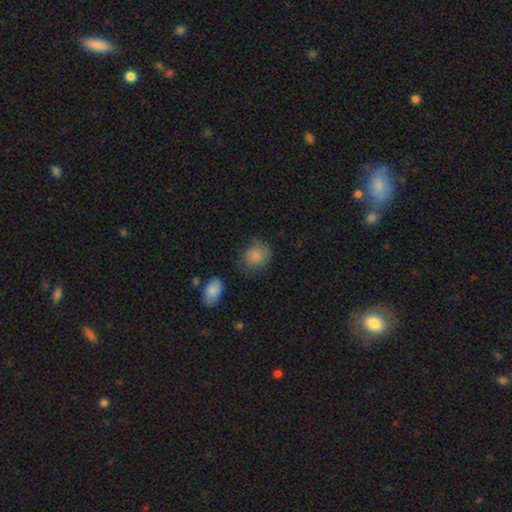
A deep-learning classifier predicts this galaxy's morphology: smooth-or-featured: smooth: 85% | star or artifact: 8% | featured or disk: 7%
  how-rounded: round: 68% | in between: 31% | cigar-shaped: 1%
  merging: none: 67% | minor disturbance: 23% | major disturbance: 7% | merger: 4%